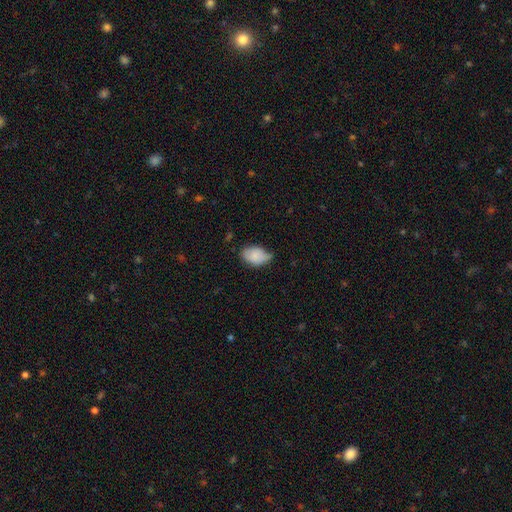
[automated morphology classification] A smooth galaxy with no disk features (81%) that is in between round and cigar-shaped (87%).

Vote fractions:
- Smooth or featured? smooth: 81% / featured or disk: 12% / star or artifact: 7%
- How rounded? in between: 87% / round: 11% / cigar-shaped: 1%
- Merging? minor disturbance: 46% / none: 43% / major disturbance: 9% / merger: 2%